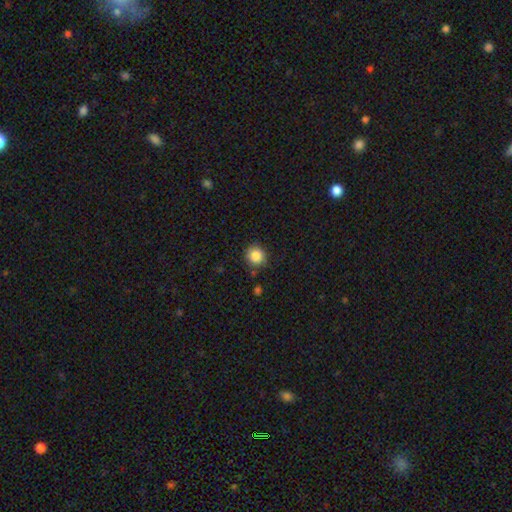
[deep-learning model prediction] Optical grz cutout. It shows a smooth galaxy with no disk features (86%) that is round (90%). Merging: none (85%).